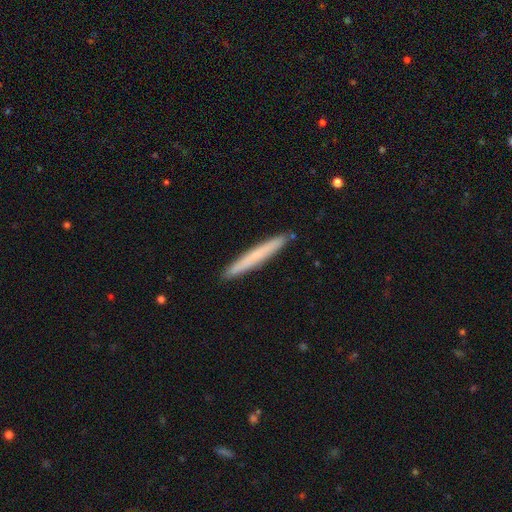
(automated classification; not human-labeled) Overall: smooth (63%; featured or disk 31%). How rounded: cigar-shaped (97%). Merging: none (91%).